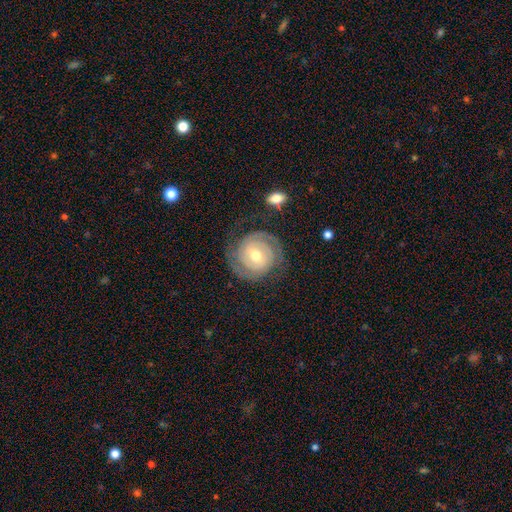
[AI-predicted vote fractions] A featured or disk galaxy (85%) with a weak bar (44%), 2 (79%) tight (72%) spiral arms (96%) and a moderate central bulge (68%).

Vote fractions:
- Smooth or featured? featured or disk: 85% / smooth: 10% / star or artifact: 5%
- Edge-on disk? no: 98% / yes: 2%
- Bar? weak: 44% / no: 41% / strong: 15%
- Spiral arms? yes: 96% / no: 4%
- Spiral winding? tight: 72% / medium: 22% / loose: 6%
- Spiral arm count? 2: 79% / can't tell: 9% / 3: 5% / 1: 3% / 4: 2% / more than 4: 2%
- Bulge size? moderate: 68% / small: 25% / large: 4% / none: 1% / dominant: 1%
- Merging? none: 77% / minor disturbance: 13% / major disturbance: 8% / merger: 2%